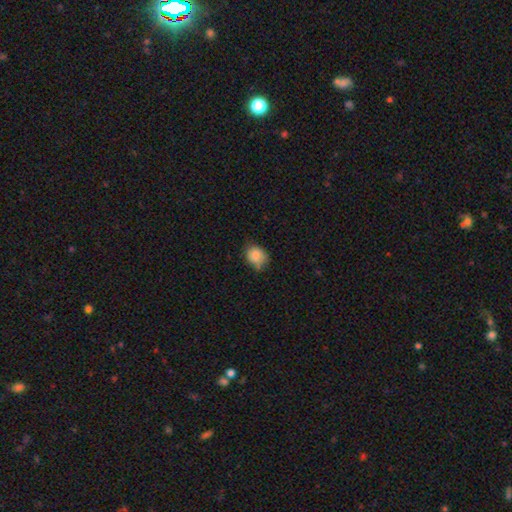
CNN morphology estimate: Overall: smooth (83%). How rounded: round (55%; in between 44%). Merging: none (61%; minor disturbance 30%).